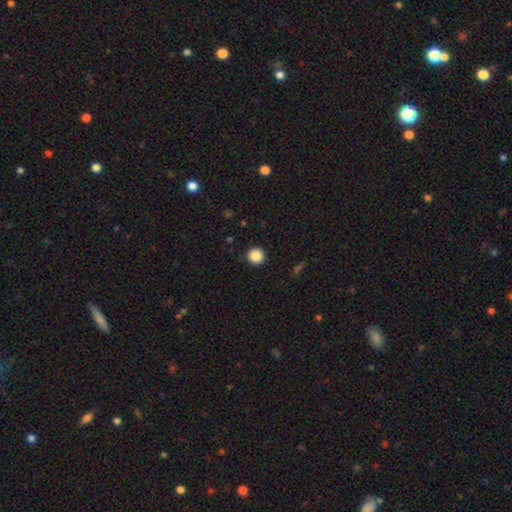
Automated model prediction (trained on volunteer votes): Overall: smooth (87%). How rounded: round (95%). Merging: none (92%).